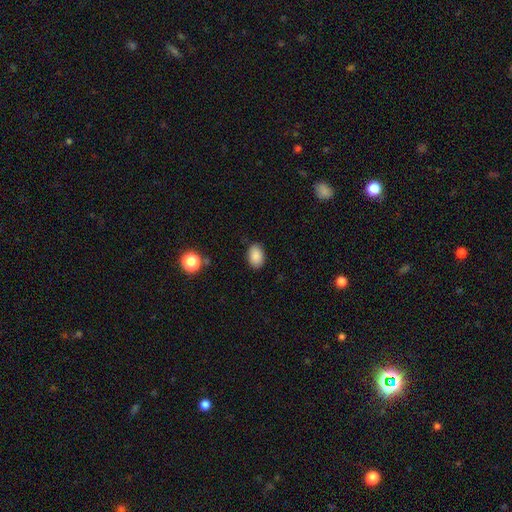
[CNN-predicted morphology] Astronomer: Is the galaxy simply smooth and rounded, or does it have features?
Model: smooth — 87%.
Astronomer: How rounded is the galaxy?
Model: in between — 82%.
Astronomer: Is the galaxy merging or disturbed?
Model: none — 85%.